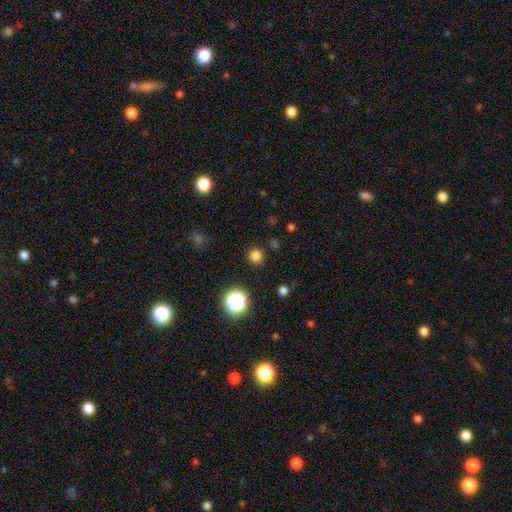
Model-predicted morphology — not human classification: Smooth or featured?
  - smooth: 79% *
  - star or artifact: 17%
  - featured or disk: 4%
How rounded?
  - round: 95% *
  - in between: 4%
  - cigar-shaped: 1%
Merging?
  - none: 91% *
  - minor disturbance: 5%
  - major disturbance: 2%
  - merger: 1%